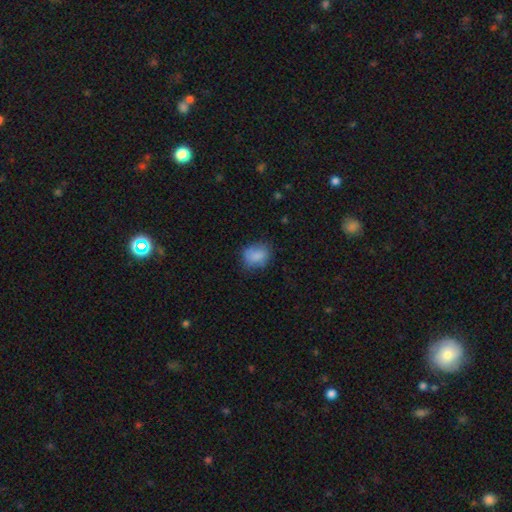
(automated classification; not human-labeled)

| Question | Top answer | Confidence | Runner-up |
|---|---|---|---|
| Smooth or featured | smooth | 80% | featured or disk (11%) |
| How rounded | in between | 51% | round (48%) |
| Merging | none | 65% | minor disturbance (26%) |